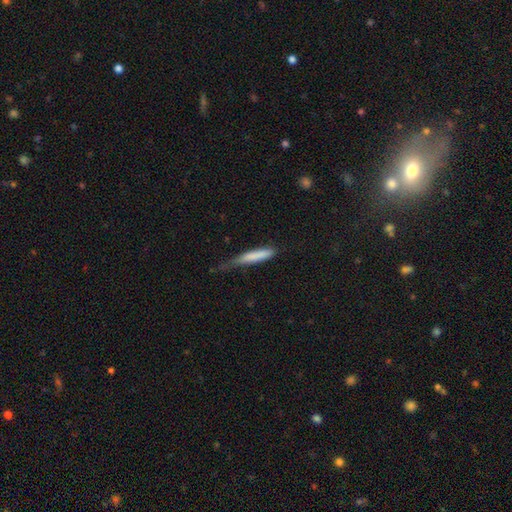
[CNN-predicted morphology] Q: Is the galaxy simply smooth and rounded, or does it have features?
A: smooth — 77%.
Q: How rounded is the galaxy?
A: cigar-shaped — 90%.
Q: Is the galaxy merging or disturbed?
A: none — 42%.